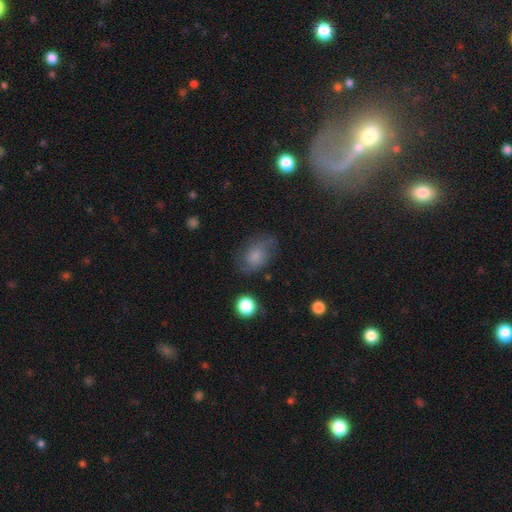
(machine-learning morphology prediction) Smooth or featured? smooth (47%)
Merging? none (63%)